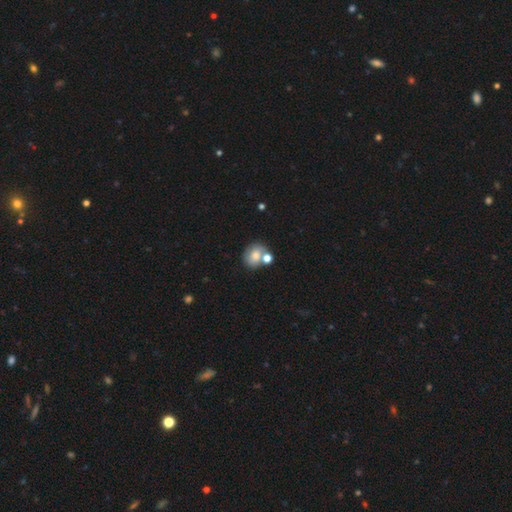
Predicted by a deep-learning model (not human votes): Morphology: type=smooth (74%); roundness=round (65%); merging=none (51%).